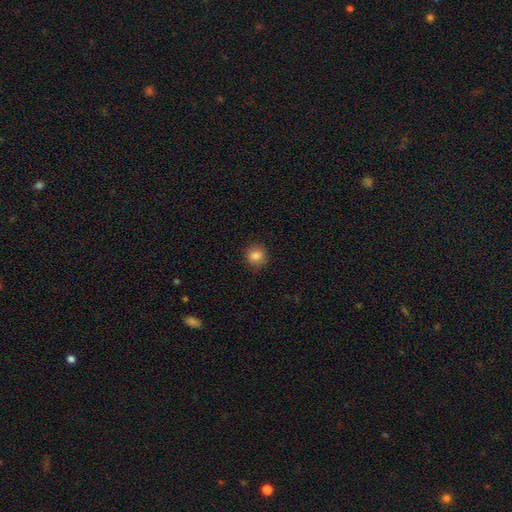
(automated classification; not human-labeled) A smooth galaxy with no disk features (84%) that is round (90%).

Vote fractions:
- Smooth or featured? smooth: 84% / star or artifact: 11% / featured or disk: 5%
- How rounded? round: 90% / in between: 9% / cigar-shaped: 1%
- Merging? none: 89% / minor disturbance: 7% / major disturbance: 2% / merger: 1%